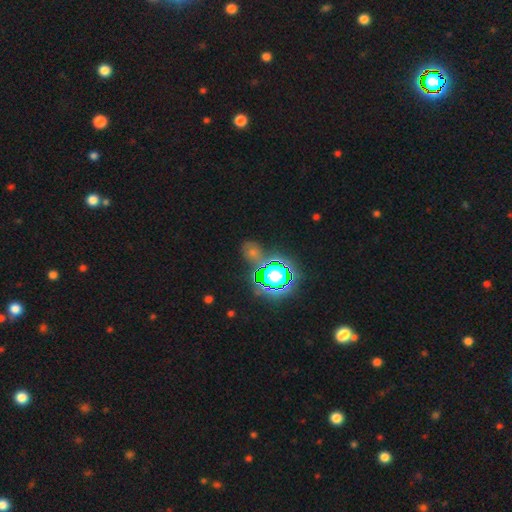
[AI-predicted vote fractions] Smooth or featured?
  - star or artifact: 65% *
  - smooth: 23%
  - featured or disk: 12%